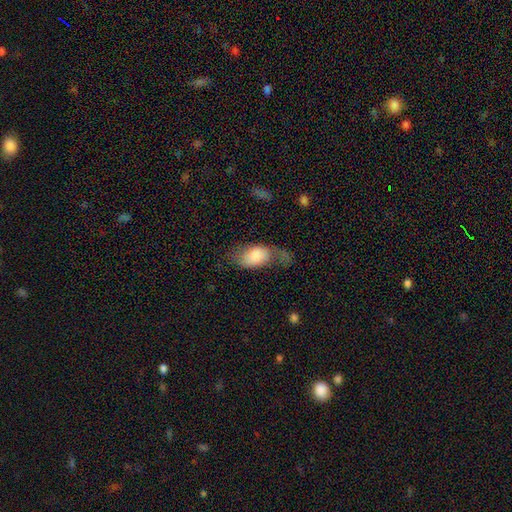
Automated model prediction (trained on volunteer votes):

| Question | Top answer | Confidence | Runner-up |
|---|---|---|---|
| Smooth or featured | smooth | 67% | featured or disk (26%) |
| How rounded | in between | 91% | round (6%) |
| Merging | major disturbance | 35% | none (32%) |